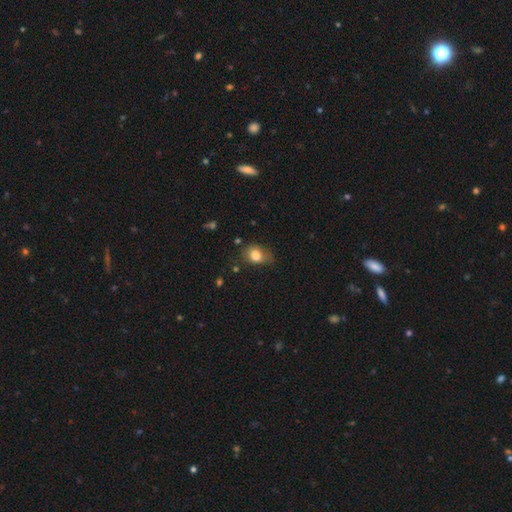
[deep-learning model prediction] smooth-or-featured: smooth: 80% | featured or disk: 11% | star or artifact: 10%
  how-rounded: in between: 62% | round: 37% | cigar-shaped: 1%
  merging: none: 55% | minor disturbance: 33% | major disturbance: 10% | merger: 3%